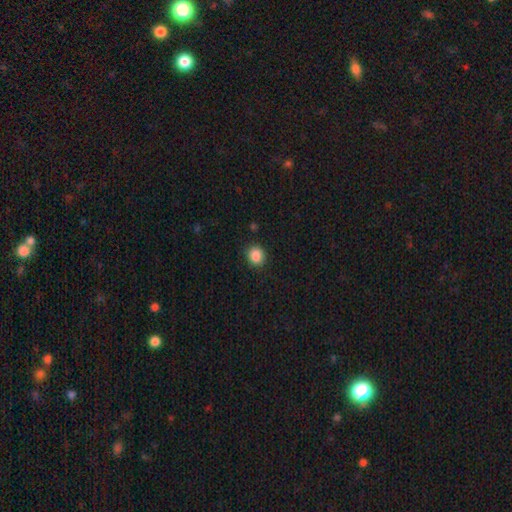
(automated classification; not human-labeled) This is clearly a smooth galaxy (87%). How rounded: clearly round (80%). Merging: clearly none (88%).